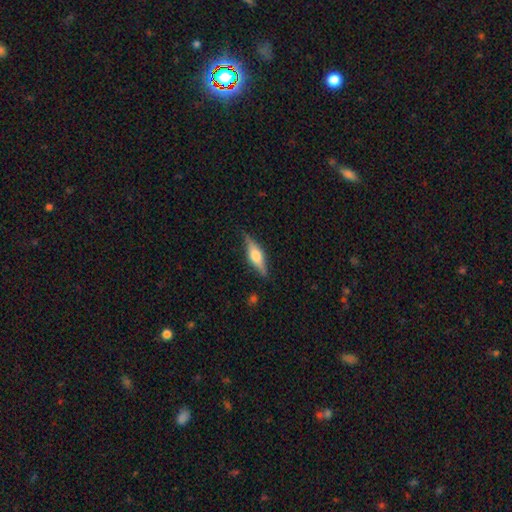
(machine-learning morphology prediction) A featured or disk galaxy (61%) viewed edge-on (95%) with a rounded central bulge (88%).

Vote fractions:
- Smooth or featured? featured or disk: 61% / smooth: 33% / star or artifact: 6%
- Edge-on disk? yes: 95% / no: 5%
- Edge-on bulge? rounded: 88% / boxy: 9% / none: 2%
- Merging? none: 84% / minor disturbance: 12% / major disturbance: 3% / merger: 1%